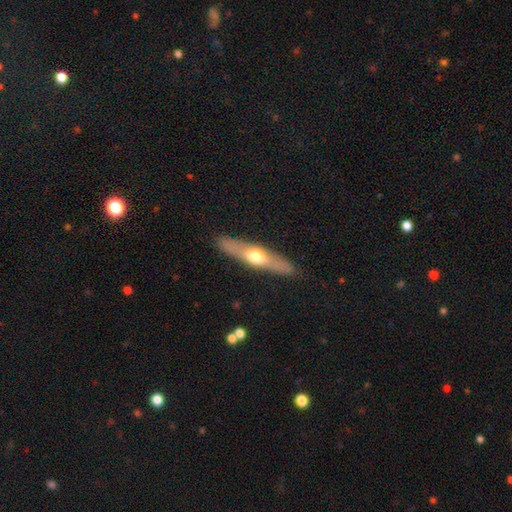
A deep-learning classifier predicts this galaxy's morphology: This is possibly a featured or disk galaxy (53%). It is clearly viewed edge-on (80%). Merging: clearly none (89%).